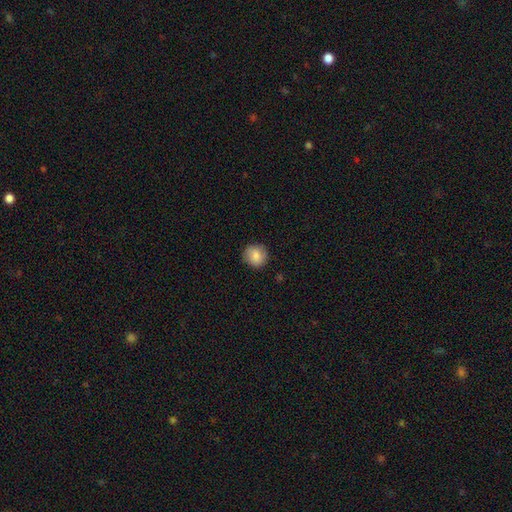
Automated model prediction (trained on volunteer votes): A smooth galaxy with no disk features (84%) that is round (91%).

Vote fractions:
- Smooth or featured? smooth: 84% / featured or disk: 8% / star or artifact: 8%
- How rounded? round: 91% / in between: 8% / cigar-shaped: 1%
- Merging? none: 87% / minor disturbance: 10% / major disturbance: 2% / merger: 1%